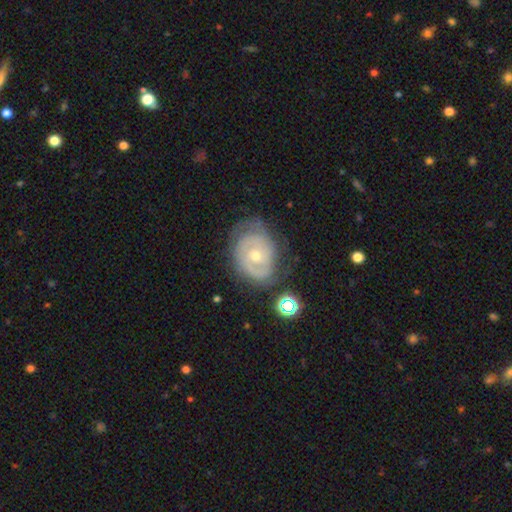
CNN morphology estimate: Q: Smooth or featured?
A: featured or disk (77%); runner-up: smooth (16%)
Q: Edge-on disk?
A: no (96%); runner-up: yes (4%)
Q: Bar?
A: no (73%); runner-up: weak (23%)
Q: Spiral arms?
A: yes (84%); runner-up: no (16%)
Q: Spiral winding?
A: tight (64%); runner-up: medium (27%)
Q: Spiral arm count?
A: 2 (38%); runner-up: can't tell (36%)
Q: Bulge size?
A: moderate (54%); runner-up: small (43%)
Q: Merging?
A: none (61%); runner-up: minor disturbance (25%)